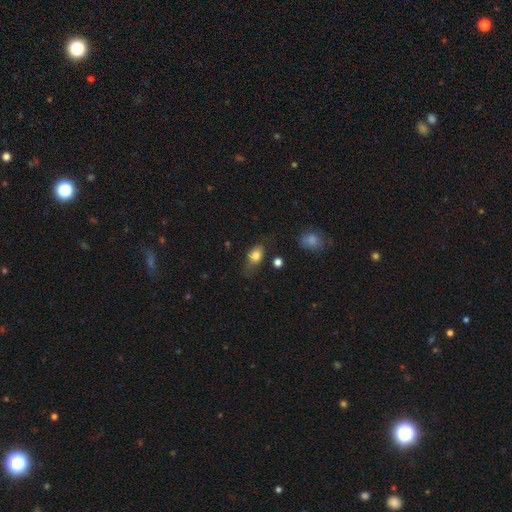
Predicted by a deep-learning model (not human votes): The model was most divided on "merging": none: 61%, minor disturbance: 27%, major disturbance: 9%, merger: 3%. More confident: how rounded — in between (78%); smooth or featured — smooth (77%).